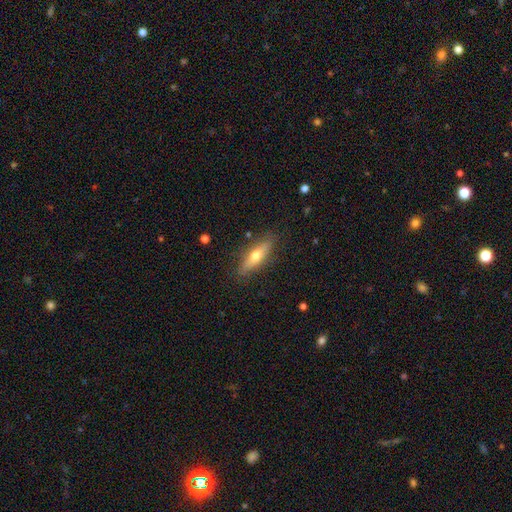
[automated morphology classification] Smooth or featured: smooth — 51% (featured or disk — 42%)
How rounded: cigar-shaped — 62% (in between — 36%)
Merging: none — 85% (minor disturbance — 11%)